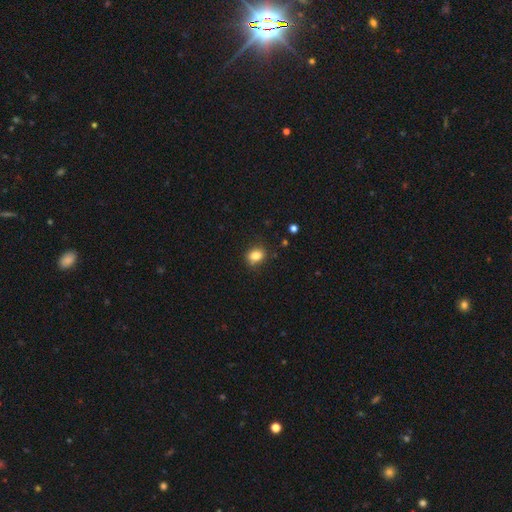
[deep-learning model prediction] This is clearly a smooth galaxy (82%). How rounded: possibly in between (56%). Merging: likely none (78%).